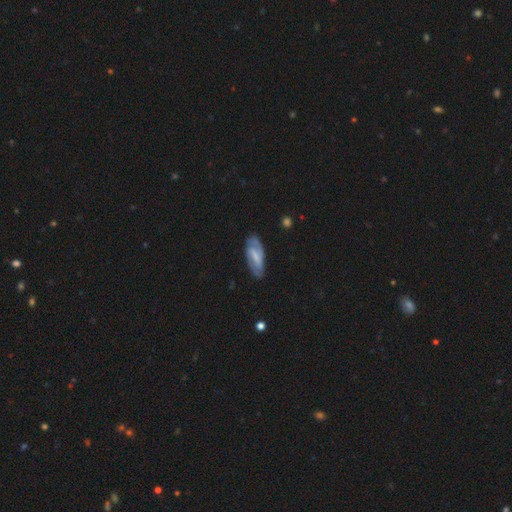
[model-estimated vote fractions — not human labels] Smooth or featured: featured or disk — 63% (smooth — 31%)
Edge-on disk: no — 89% (yes — 11%)
Bar: weak — 42% (strong — 37%)
Spiral arms: yes — 83% (no — 17%)
Bulge size: small — 33% (tied with none — 33%)
Merging: none — 72% (minor disturbance — 20%)